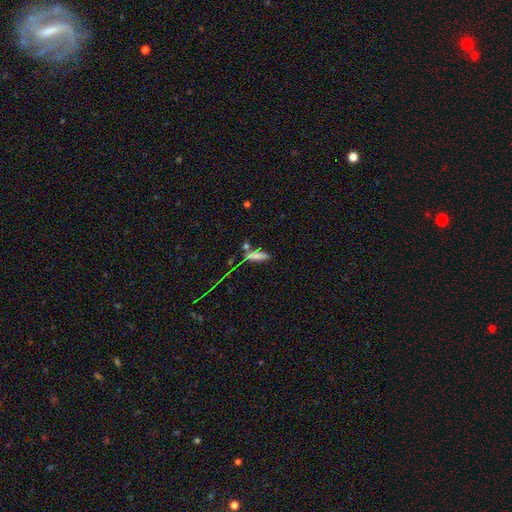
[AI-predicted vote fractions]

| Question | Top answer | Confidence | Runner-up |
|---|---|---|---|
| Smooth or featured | smooth | 73% | featured or disk (15%) |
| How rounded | cigar-shaped | 65% | in between (33%) |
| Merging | none | 55% | merger (19%) |